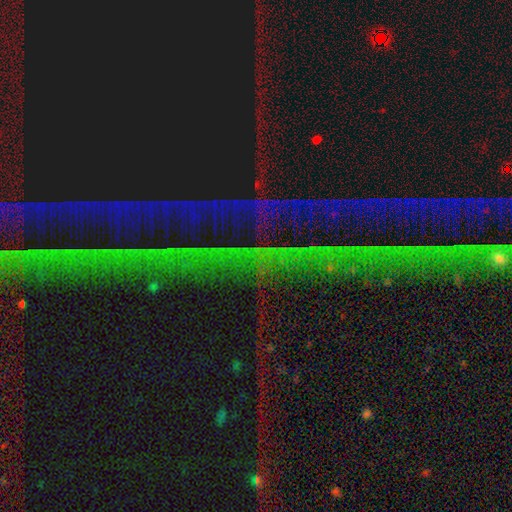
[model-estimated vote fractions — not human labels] This is clearly a star or artifact rather than a galaxy (83%).